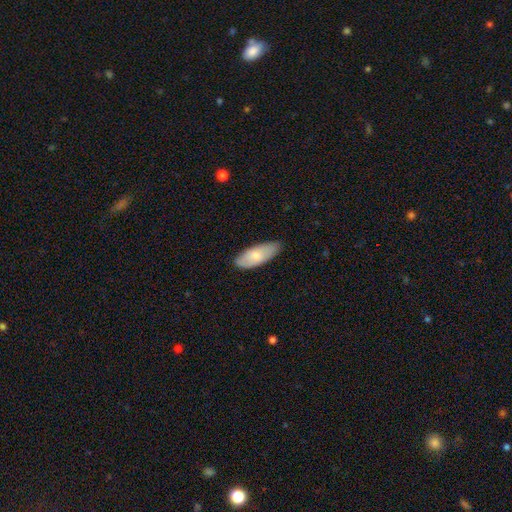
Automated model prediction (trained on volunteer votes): A smooth galaxy with no disk features (76%) that is in between round and cigar-shaped (81%).

Vote fractions:
- Smooth or featured? smooth: 76% / featured or disk: 18% / star or artifact: 6%
- How rounded? in between: 81% / cigar-shaped: 17% / round: 2%
- Merging? none: 79% / minor disturbance: 17% / major disturbance: 3% / merger: 1%